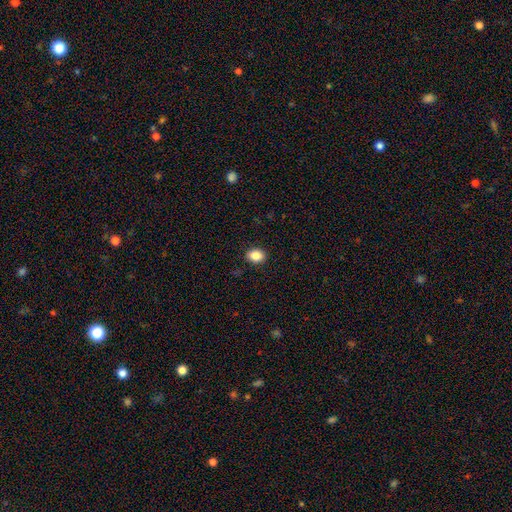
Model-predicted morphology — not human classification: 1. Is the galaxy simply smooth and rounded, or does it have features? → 86% smooth, 9% star or artifact, 5% featured or disk.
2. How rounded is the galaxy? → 62% in between, 37% round, 1% cigar-shaped.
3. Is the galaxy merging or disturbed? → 90% none, 7% minor disturbance, 2% major disturbance, 1% merger.